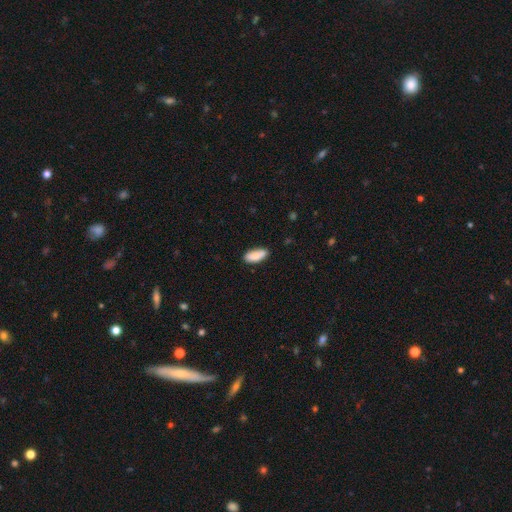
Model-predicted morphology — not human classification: Overall: smooth (86%). How rounded: in between (83%). Merging: none (77%).